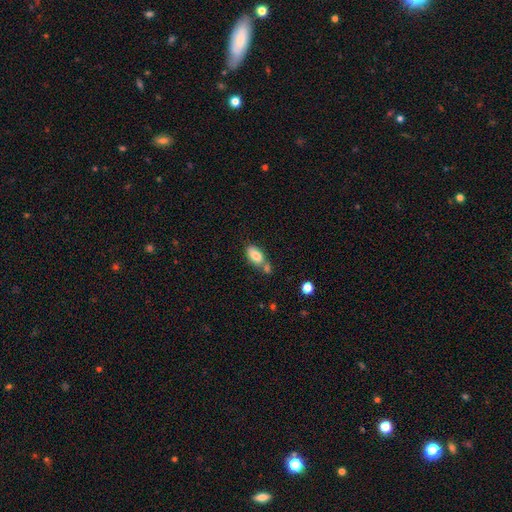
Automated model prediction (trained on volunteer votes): The model was most divided on "merging": none: 48%, merger: 32%, minor disturbance: 15%, major disturbance: 4%. More confident: how rounded — in between (89%); smooth or featured — smooth (79%).